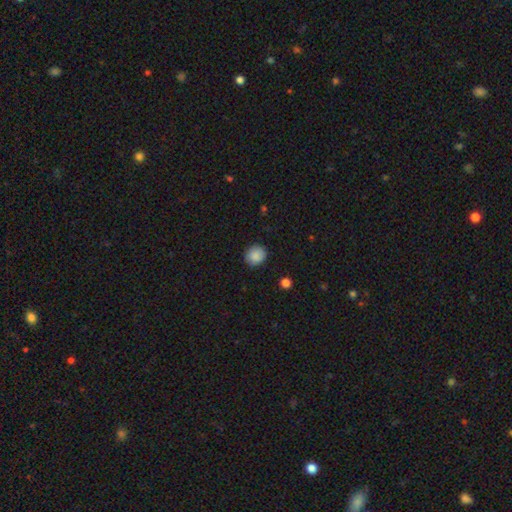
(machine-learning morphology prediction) Q: Smooth or featured?
A: smooth (88%); runner-up: star or artifact (9%)
Q: How rounded?
A: round (86%); runner-up: in between (13%)
Q: Merging?
A: none (89%); runner-up: minor disturbance (8%)